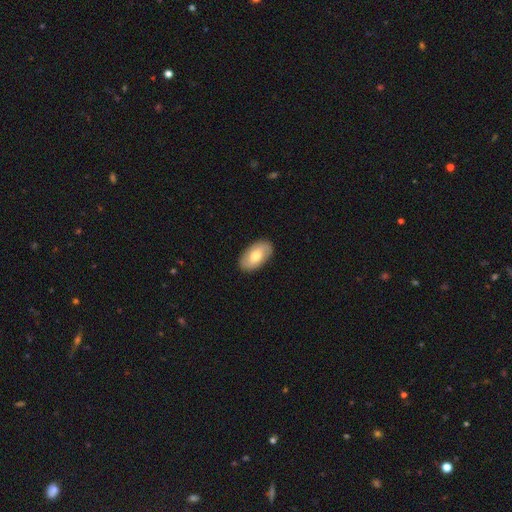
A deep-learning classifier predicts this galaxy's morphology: Q: Smooth or featured?
A: smooth (67%); runner-up: featured or disk (28%)
Q: How rounded?
A: in between (95%); runner-up: round (4%)
Q: Merging?
A: none (88%); runner-up: minor disturbance (9%)